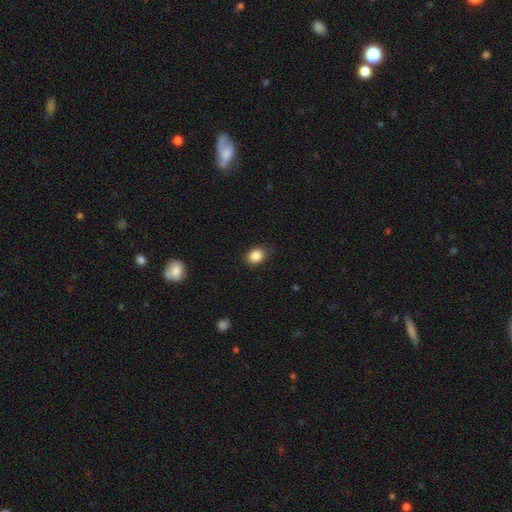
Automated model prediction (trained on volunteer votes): Smooth or featured: smooth — 86% (star or artifact — 9%)
How rounded: in between — 51% (round — 48%)
Merging: none — 81% (minor disturbance — 15%)